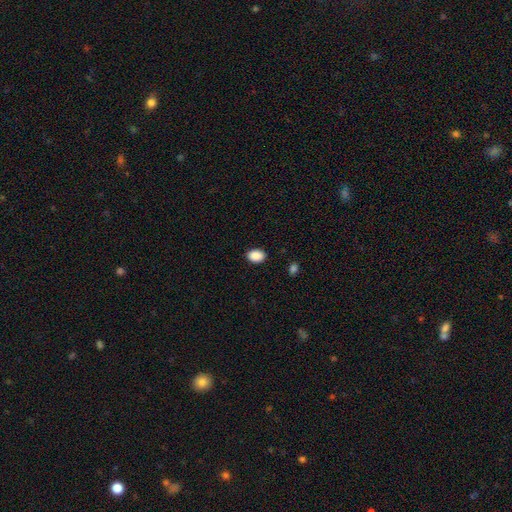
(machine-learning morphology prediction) A smooth galaxy with no disk features (90%) that is in between round and cigar-shaped (74%). Merging: none (89%).